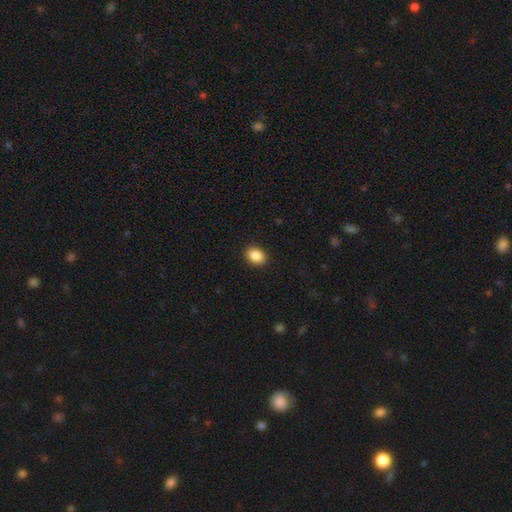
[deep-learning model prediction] A smooth galaxy with no disk features (88%) that is in between round and cigar-shaped (69%).

Vote fractions:
- Smooth or featured? smooth: 88% / star or artifact: 8% / featured or disk: 4%
- How rounded? in between: 69% / round: 30% / cigar-shaped: 1%
- Merging? none: 91% / minor disturbance: 7% / major disturbance: 2% / merger: 1%